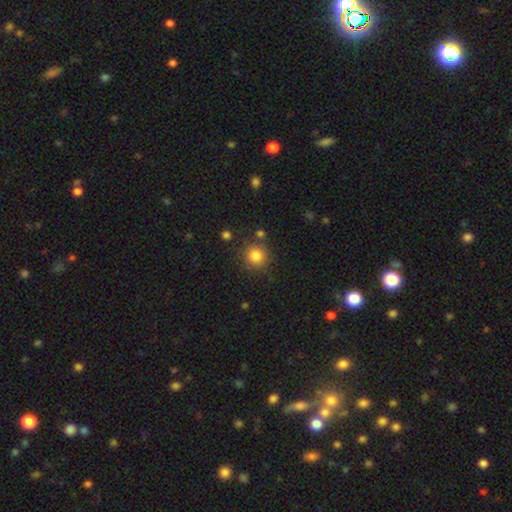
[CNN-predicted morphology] This appears to be a smooth galaxy with no disk features (82%) that is round (91%). Merging: none (82%).